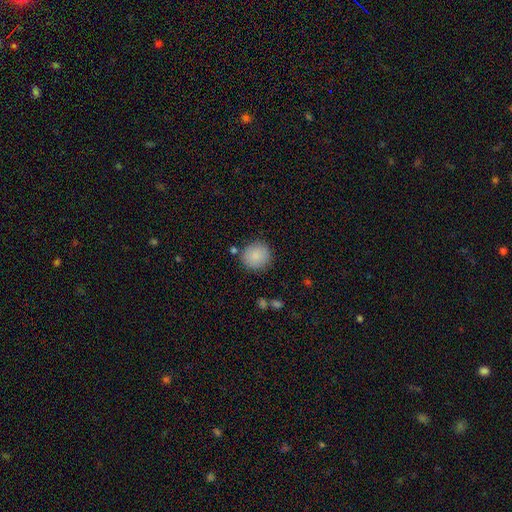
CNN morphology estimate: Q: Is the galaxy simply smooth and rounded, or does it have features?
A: smooth — 87%.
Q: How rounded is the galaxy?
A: round — 90%.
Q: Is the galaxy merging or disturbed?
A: none — 84%.